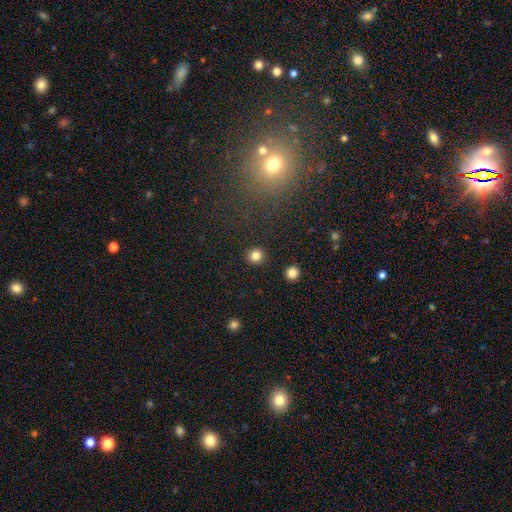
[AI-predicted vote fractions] Morphology: type=smooth (82%); roundness=round (90%); merging=none (91%).